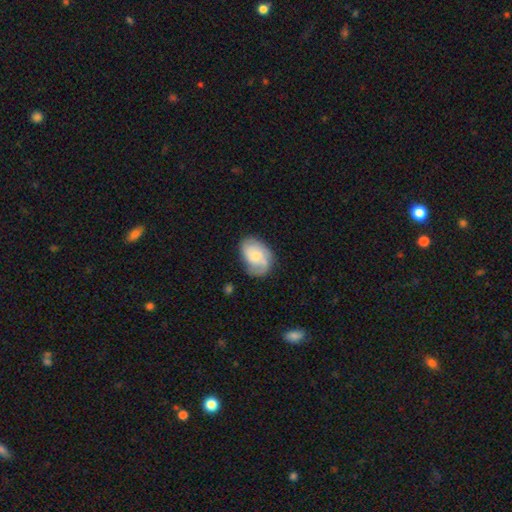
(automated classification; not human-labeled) The model was most divided on "bulge size": small: 46%, moderate: 43%, large: 5%, none: 4%, dominant: 1%. More confident: edge-on disk — no (97%); spiral arms — yes (84%); bar — no (72%); merging — none (62%); smooth or featured — featured or disk (53%).